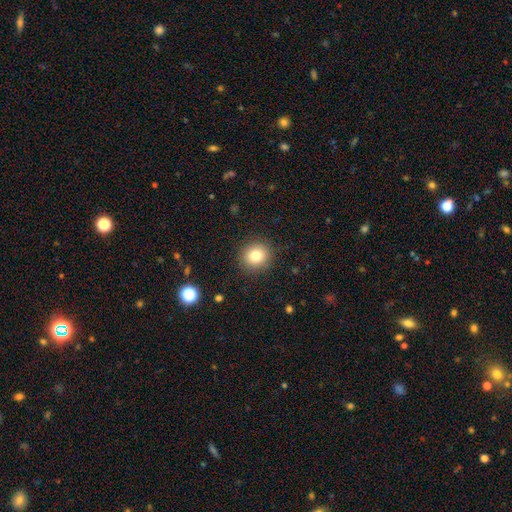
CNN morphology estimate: smooth-or-featured: smooth: 79% | star or artifact: 12% | featured or disk: 9%
  how-rounded: round: 89% | in between: 10% | cigar-shaped: 1%
  merging: none: 90% | minor disturbance: 7% | major disturbance: 2% | merger: 1%